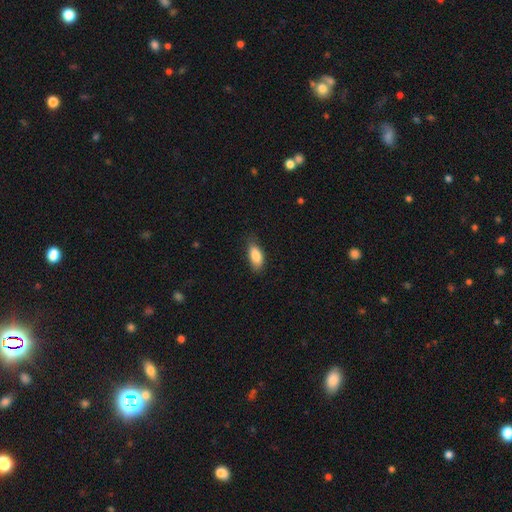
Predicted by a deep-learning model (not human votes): A smooth galaxy with no disk features (85%) that is in between round and cigar-shaped (86%). Merging: none (75%).